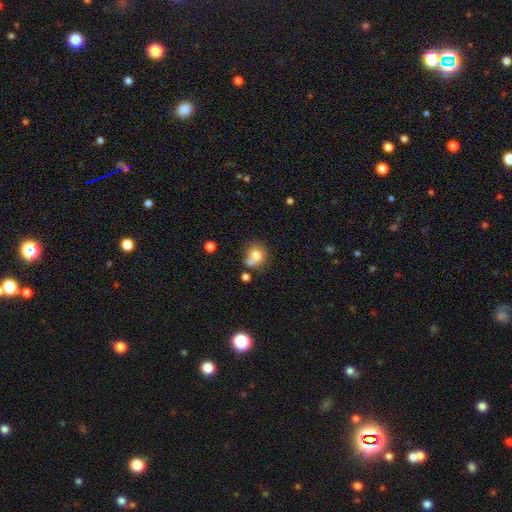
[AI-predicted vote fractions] A smooth galaxy with no disk features (74%) that is round (72%).

Vote fractions:
- Smooth or featured? smooth: 74% / featured or disk: 16% / star or artifact: 10%
- How rounded? round: 72% / in between: 27% / cigar-shaped: 1%
- Merging? none: 41% / merger: 33% / minor disturbance: 17% / major disturbance: 9%